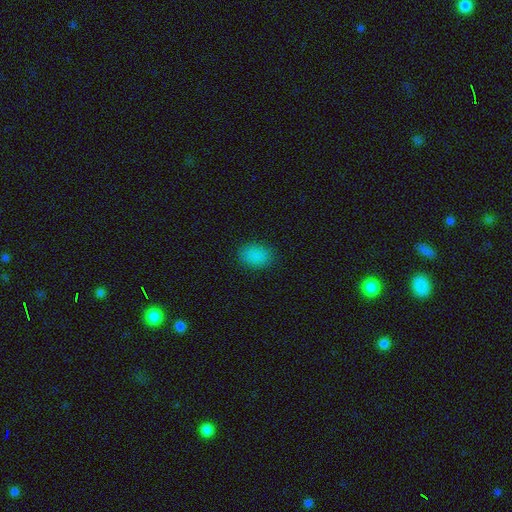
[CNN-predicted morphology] type=smooth (85%); roundness=in between (73%); merging=none (85%).